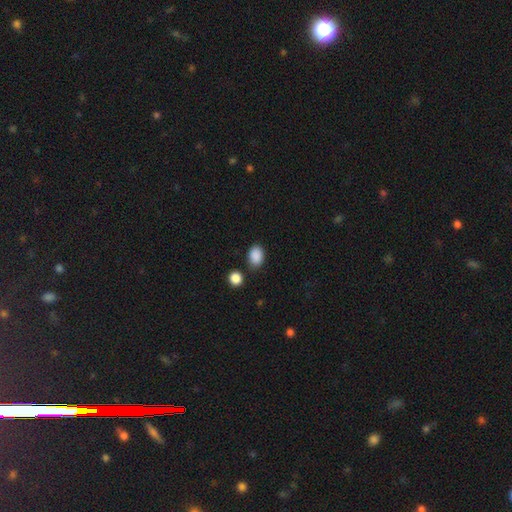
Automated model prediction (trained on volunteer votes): Smooth or featured?
  - smooth: 89% *
  - star or artifact: 8%
  - featured or disk: 3%
How rounded?
  - in between: 78% *
  - round: 21%
  - cigar-shaped: 1%
Merging?
  - none: 78% *
  - minor disturbance: 14%
  - merger: 5%
  - major disturbance: 3%